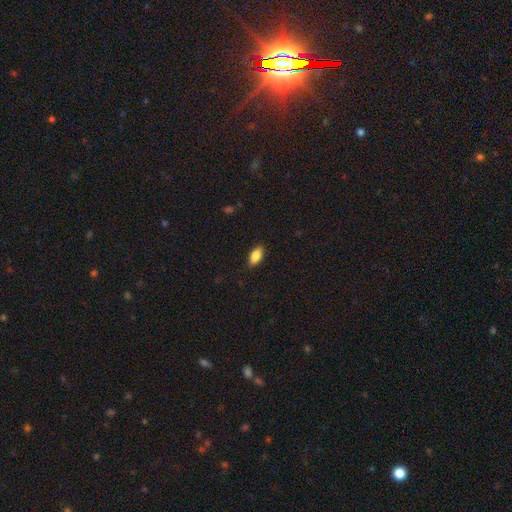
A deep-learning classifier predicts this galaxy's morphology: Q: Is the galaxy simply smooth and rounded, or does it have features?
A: smooth — 85%.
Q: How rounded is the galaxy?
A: in between — 90%.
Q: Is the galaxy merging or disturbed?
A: none — 89%.